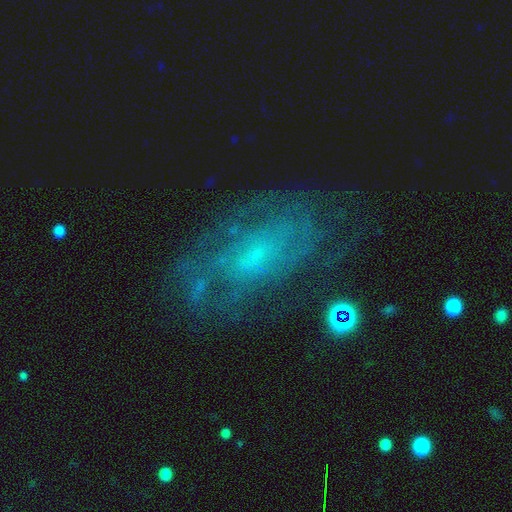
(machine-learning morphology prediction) This appears to be a featured or disk galaxy (72%) with no bar (55%), tight (50%) spiral arms (75%) and a small central bulge (56%). Merging: none (66%).